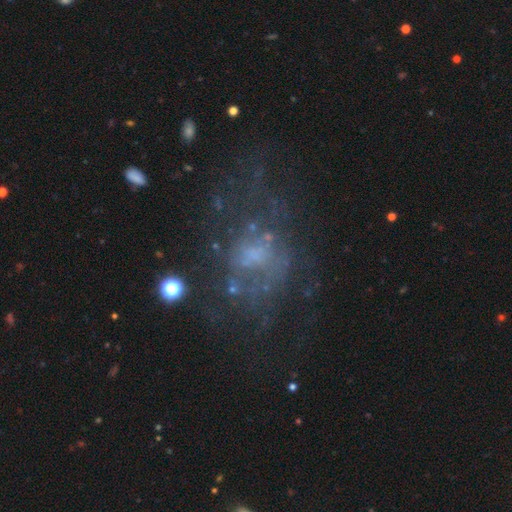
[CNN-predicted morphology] featured or disk 56%, smooth 23%, star or artifact 21%. Down the decision tree: edge-on disk — no (96%); bar — no (77%); spiral arms — no (70%); bulge size — small (37%); merging — none (47%).